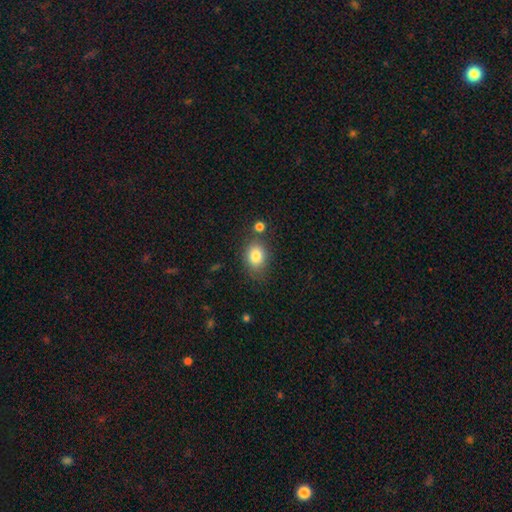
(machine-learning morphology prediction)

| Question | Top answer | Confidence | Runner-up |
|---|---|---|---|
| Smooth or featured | smooth | 83% | star or artifact (9%) |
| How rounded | in between | 65% | round (34%) |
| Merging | none | 71% | minor disturbance (16%) |